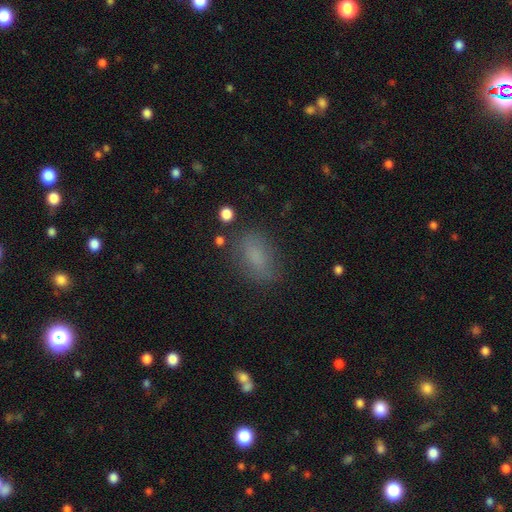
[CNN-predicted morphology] Smooth or featured? Predicted: smooth (p=0.78). How rounded? Predicted: in between (p=0.84). Merging? Predicted: none (p=0.75).